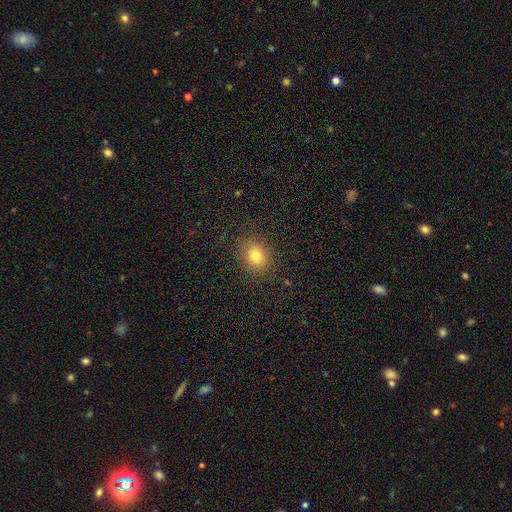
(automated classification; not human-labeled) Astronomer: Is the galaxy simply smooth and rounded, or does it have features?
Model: smooth — 80%.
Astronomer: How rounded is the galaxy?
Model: round — 57% (runner-up: in between, 42%).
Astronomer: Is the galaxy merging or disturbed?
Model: none — 86%.